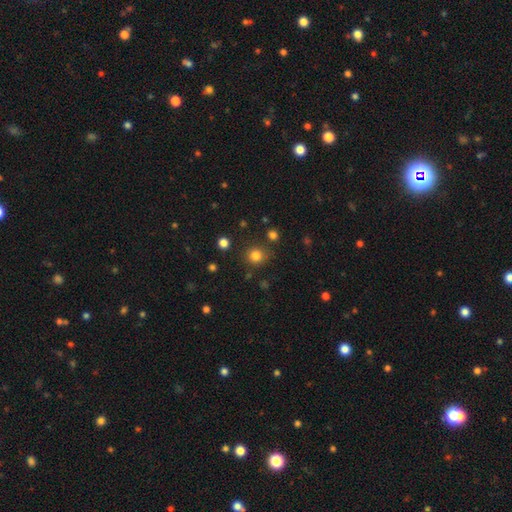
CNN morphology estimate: This is clearly a smooth galaxy (81%). How rounded: clearly round (88%). Merging: clearly none (82%).